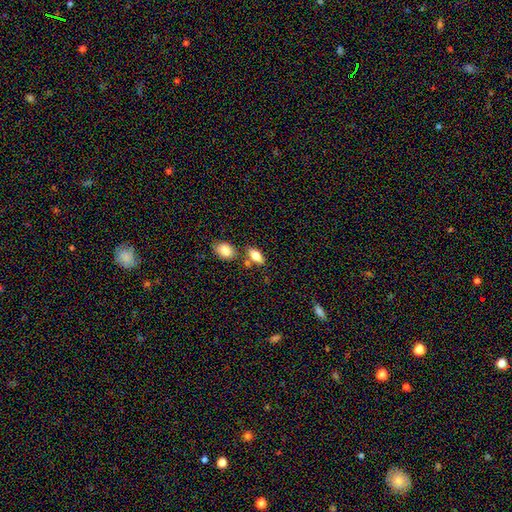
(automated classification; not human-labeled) Overall: smooth (76%). How rounded: in between (83%). Merging: none (67%).